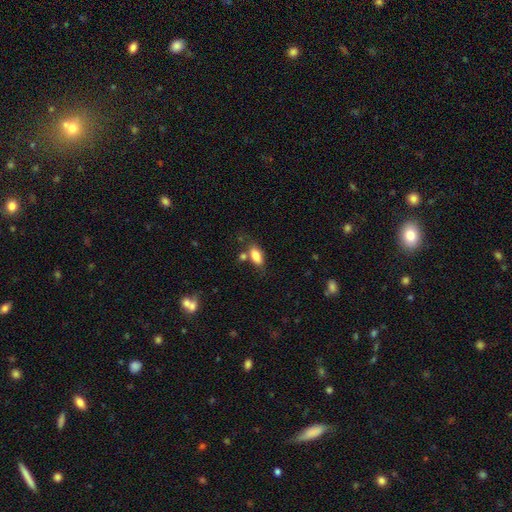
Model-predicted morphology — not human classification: Overall: smooth (83%). How rounded: in between (88%). Merging: none (62%).